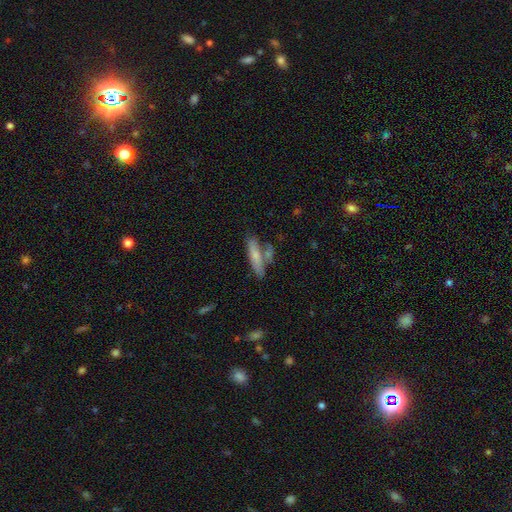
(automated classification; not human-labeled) Morphology: type=smooth (68%); roundness=cigar-shaped (71%); merging=none (59%).